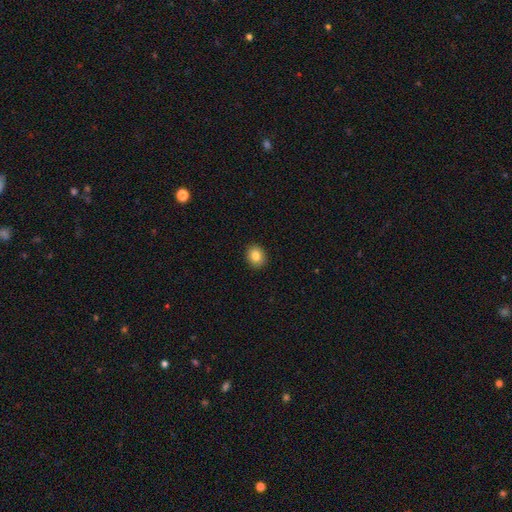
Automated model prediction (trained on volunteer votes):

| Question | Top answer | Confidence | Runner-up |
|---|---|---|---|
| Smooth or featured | smooth | 84% | star or artifact (9%) |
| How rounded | round | 63% | in between (36%) |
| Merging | none | 92% | minor disturbance (6%) |